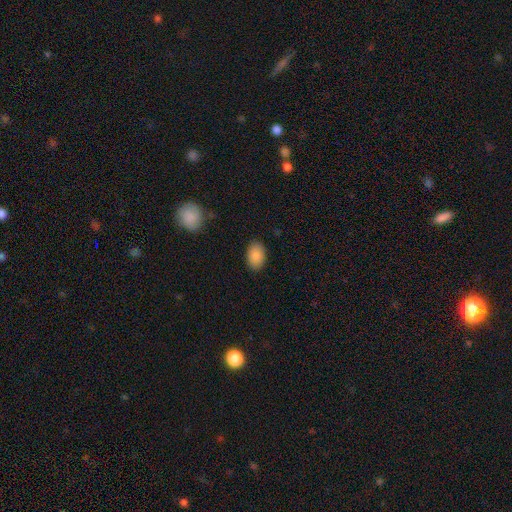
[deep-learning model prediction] This appears to be a smooth galaxy with no disk features (88%) that is in between round and cigar-shaped (88%). Merging: none (88%).